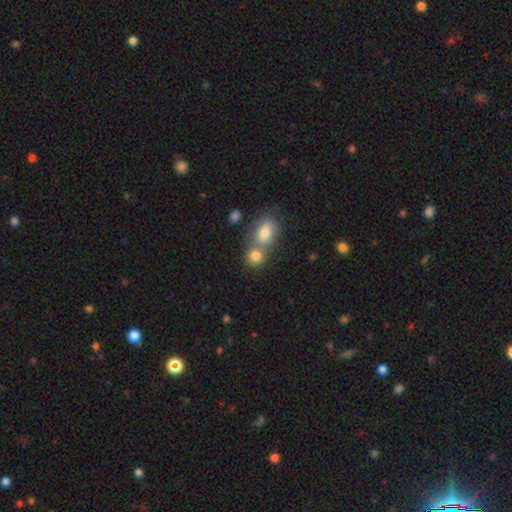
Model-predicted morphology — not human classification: Smooth or featured? Predicted: smooth (p=0.78). How rounded? Predicted: round (p=0.64). Merging? Predicted: merger (p=0.53).